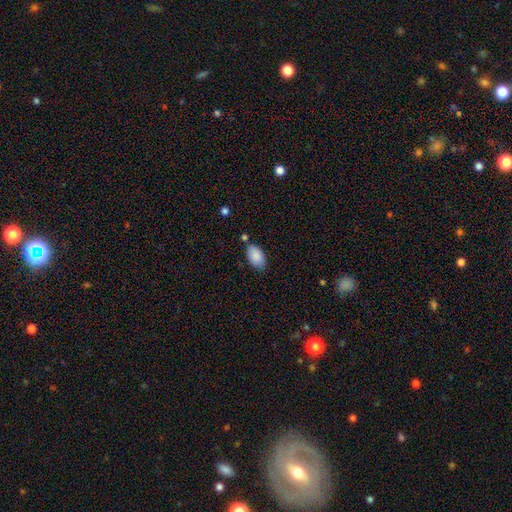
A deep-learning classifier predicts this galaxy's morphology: Smooth or featured: smooth — 88% (star or artifact — 7%)
How rounded: in between — 94% (round — 4%)
Merging: none — 71% (minor disturbance — 19%)